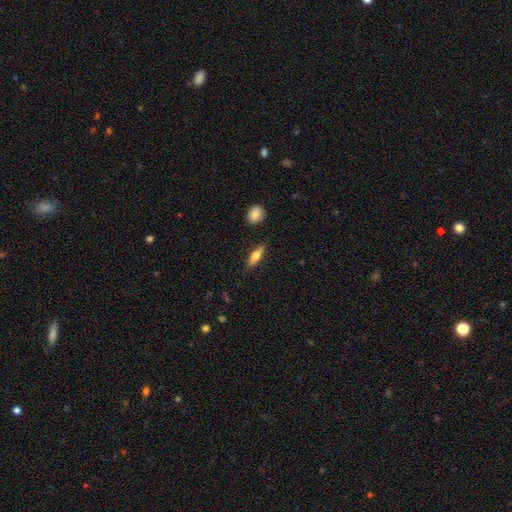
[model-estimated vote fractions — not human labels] Overall: smooth (60%; featured or disk 33%). How rounded: cigar-shaped (57%; in between 40%). Merging: none (86%).